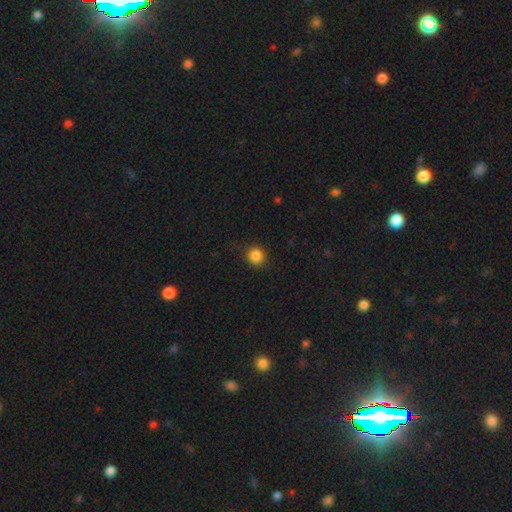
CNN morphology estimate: smooth 85%, star or artifact 11%, featured or disk 4%. Down the decision tree: how rounded — round (89%); merging — none (87%).